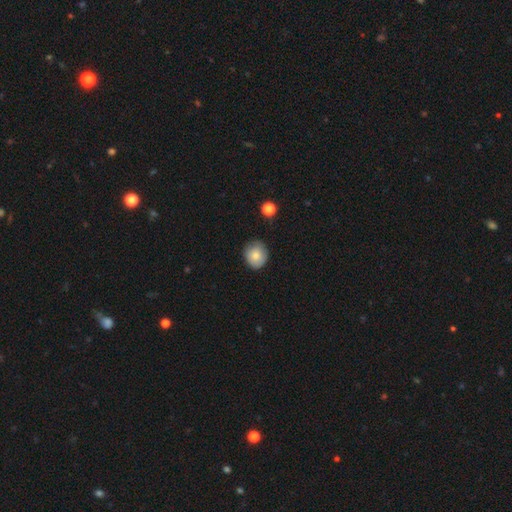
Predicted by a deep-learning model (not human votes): Smooth or featured?
  - smooth: 79% *
  - featured or disk: 13%
  - star or artifact: 8%
How rounded?
  - round: 82% *
  - in between: 17%
  - cigar-shaped: 1%
Merging?
  - none: 81% *
  - minor disturbance: 15%
  - major disturbance: 3%
  - merger: 1%